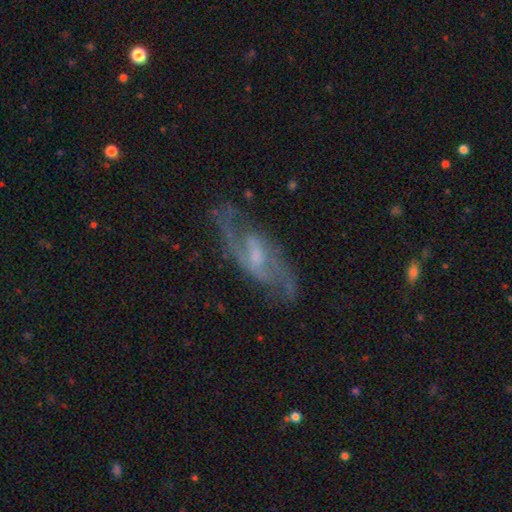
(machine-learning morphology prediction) The model was most divided on "bulge size": small: 46%, moderate: 38%, none: 12%, large: 4%, dominant: 1%. More confident: spiral arms — yes (92%); edge-on disk — no (90%); smooth or featured — featured or disk (83%); spiral arm count — 2 (81%); merging — none (71%); bar — weak (54%); spiral winding — medium (51%).